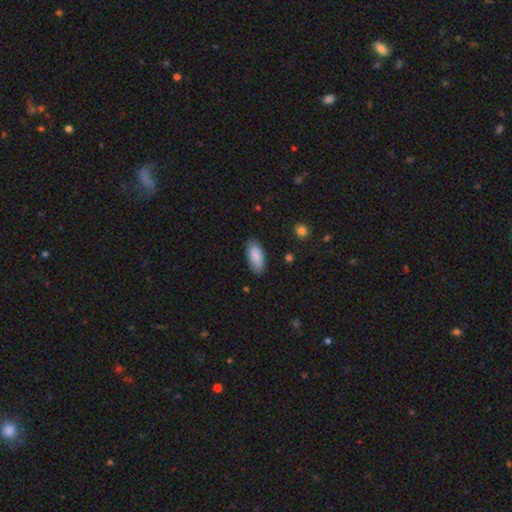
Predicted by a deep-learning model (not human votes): The model was most divided on "merging": none: 81%, minor disturbance: 14%, major disturbance: 3%, merger: 1%. More confident: how rounded — in between (90%); smooth or featured — smooth (87%).